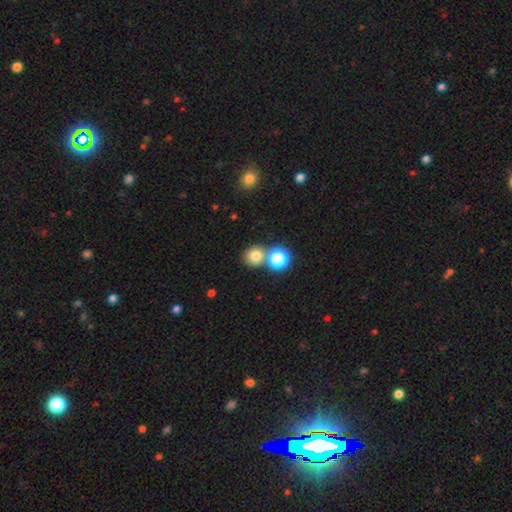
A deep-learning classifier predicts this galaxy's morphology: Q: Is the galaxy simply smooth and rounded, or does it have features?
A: smooth — 76%.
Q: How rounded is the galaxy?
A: round — 82%.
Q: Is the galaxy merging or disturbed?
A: none — 64%.